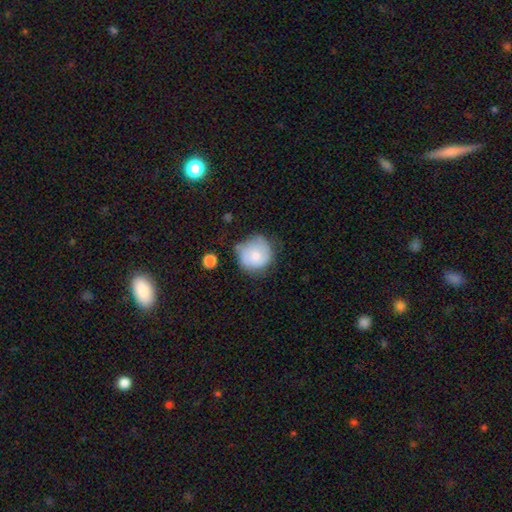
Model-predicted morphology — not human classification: This is likely a smooth galaxy (71%). How rounded: clearly round (88%). Merging: possibly none (50%).